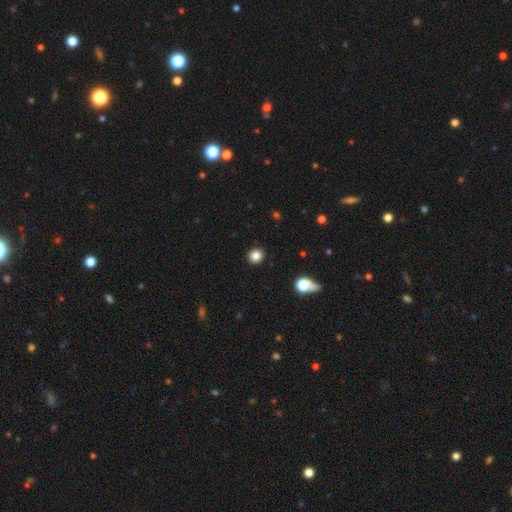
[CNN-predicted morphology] A smooth galaxy with no disk features (84%) that is round (88%). Merging: none (92%).